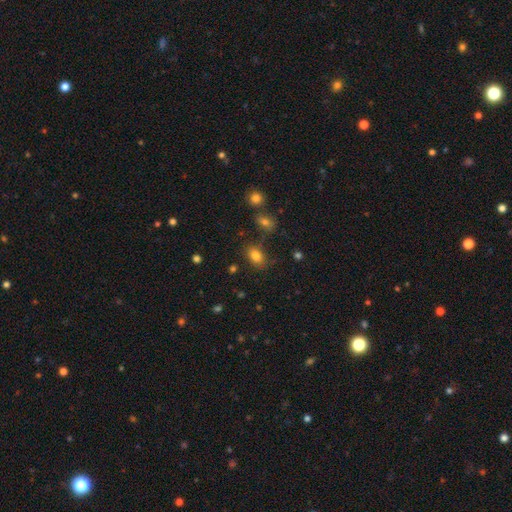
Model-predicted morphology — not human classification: Smooth or featured? Predicted: smooth (p=0.81). How rounded? Predicted: in between (p=0.80). Merging? Predicted: none (p=0.76).